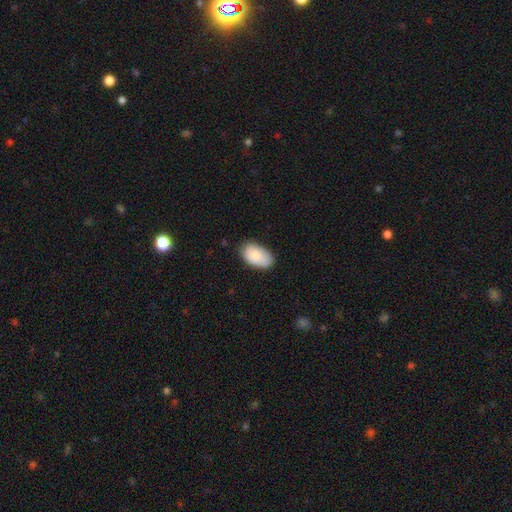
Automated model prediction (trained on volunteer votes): Smooth or featured? Predicted: smooth (p=0.85). How rounded? Predicted: in between (p=0.94). Merging? Predicted: none (p=0.74).